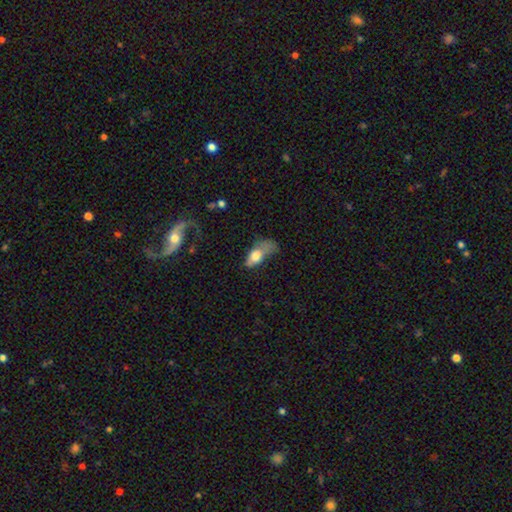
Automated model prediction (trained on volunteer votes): Smooth or featured? Predicted: smooth (p=0.66). How rounded? Predicted: in between (p=0.83). Merging? Predicted: major disturbance (p=0.53).